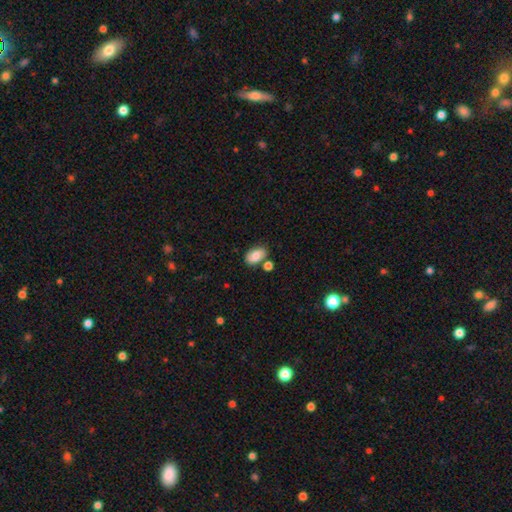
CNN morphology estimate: This appears to be a smooth galaxy with no disk features (80%) that is in between round and cigar-shaped (89%). Merging: none (66%).